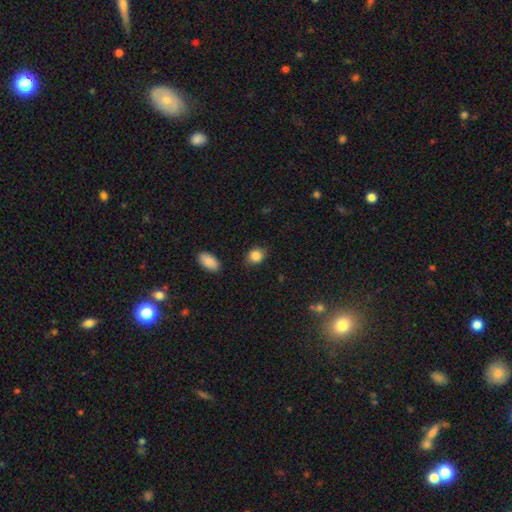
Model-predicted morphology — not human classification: This is clearly a smooth galaxy (87%). How rounded: possibly round (55%). Merging: clearly none (81%).